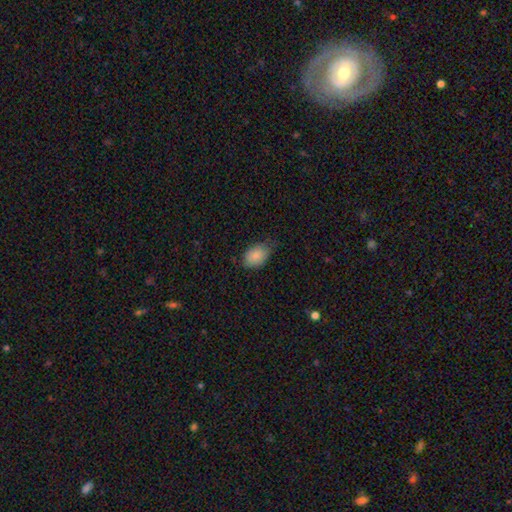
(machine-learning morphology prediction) This appears to be a smooth galaxy with no disk features (85%) that is in between round and cigar-shaped (85%). Merging: none (59%).